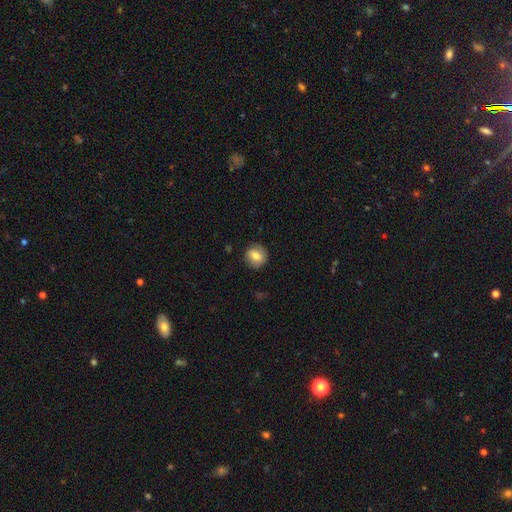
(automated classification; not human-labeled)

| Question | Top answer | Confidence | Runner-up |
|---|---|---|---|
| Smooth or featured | smooth | 73% | featured or disk (18%) |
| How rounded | round | 85% | in between (14%) |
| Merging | none | 84% | minor disturbance (11%) |